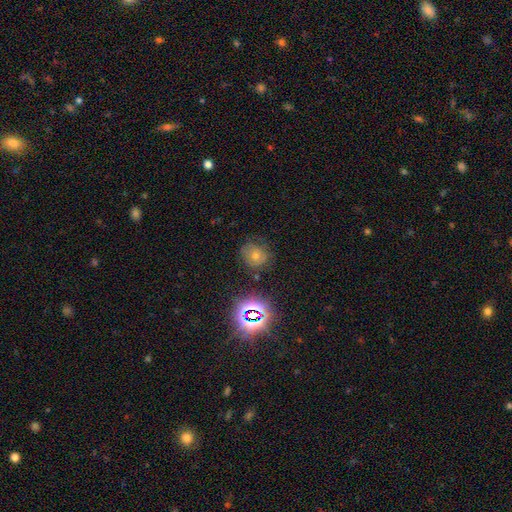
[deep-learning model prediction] smooth-or-featured: star or artifact: 40% | smooth: 36% | featured or disk: 23%